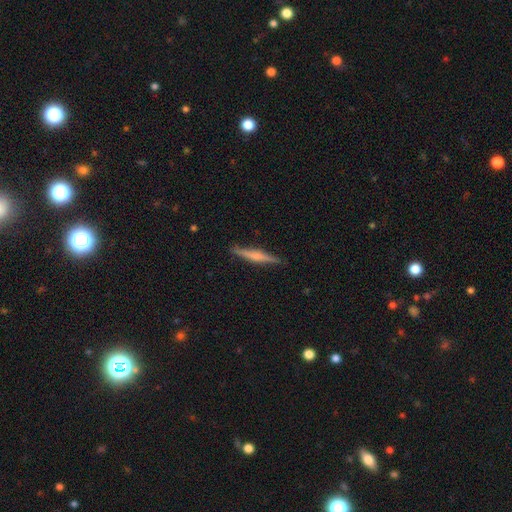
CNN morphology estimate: Smooth or featured?
  - featured or disk: 58% *
  - smooth: 36%
  - star or artifact: 6%
Edge-on disk?
  - yes: 97% *
  - no: 3%
Edge-on bulge?
  - rounded: 59% *
  - none: 21%
  - boxy: 20%
Merging?
  - none: 89% *
  - minor disturbance: 8%
  - major disturbance: 2%
  - merger: 1%